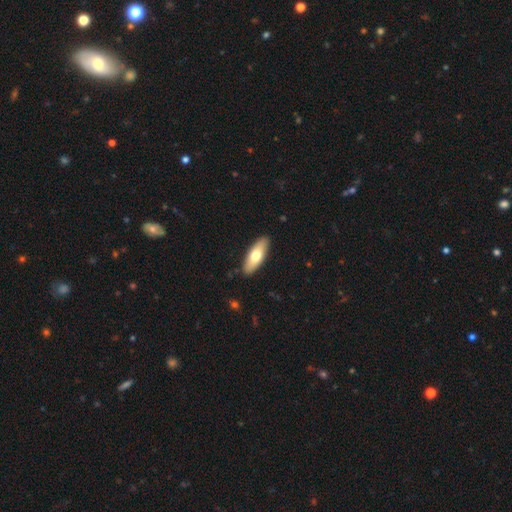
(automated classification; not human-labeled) The model was most divided on "how rounded": in between: 67%, cigar-shaped: 31%, round: 2%. More confident: merging — none (90%); smooth or featured — smooth (68%).